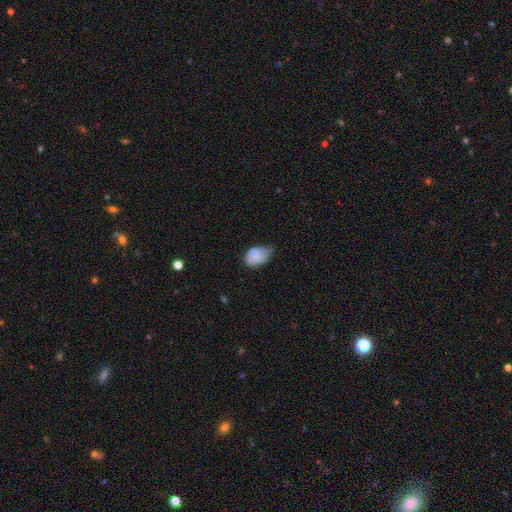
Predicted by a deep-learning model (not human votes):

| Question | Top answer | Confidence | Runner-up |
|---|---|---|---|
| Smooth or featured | smooth | 75% | featured or disk (18%) |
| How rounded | in between | 84% | round (15%) |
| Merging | minor disturbance | 51% | none (32%) |